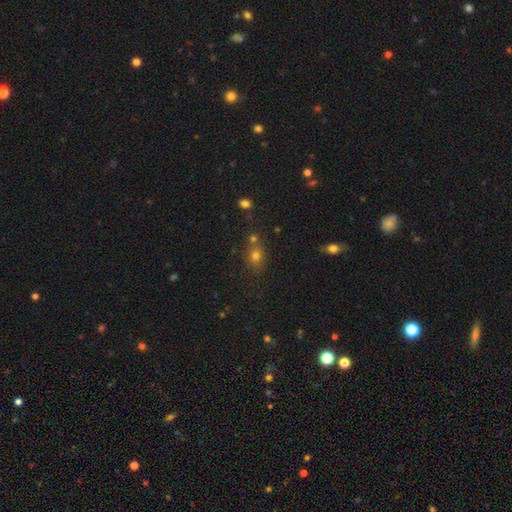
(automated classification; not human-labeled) A smooth galaxy with no disk features (67%) that is round (61%). Merging: none (64%).